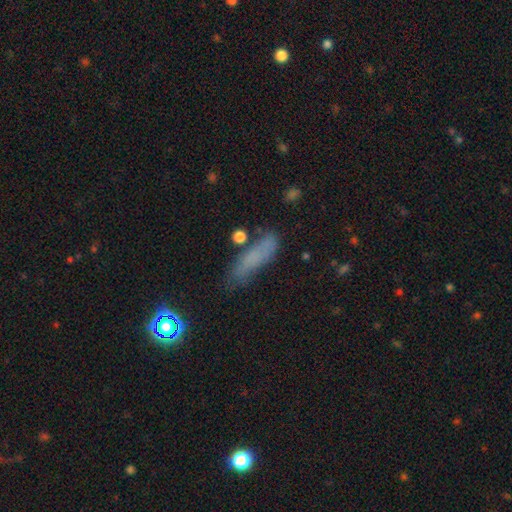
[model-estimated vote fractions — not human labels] smooth-or-featured: smooth: 64% | featured or disk: 19% | star or artifact: 17%
  how-rounded: cigar-shaped: 65% | in between: 31% | round: 4%
  merging: none: 60% | minor disturbance: 24% | major disturbance: 10% | merger: 6%